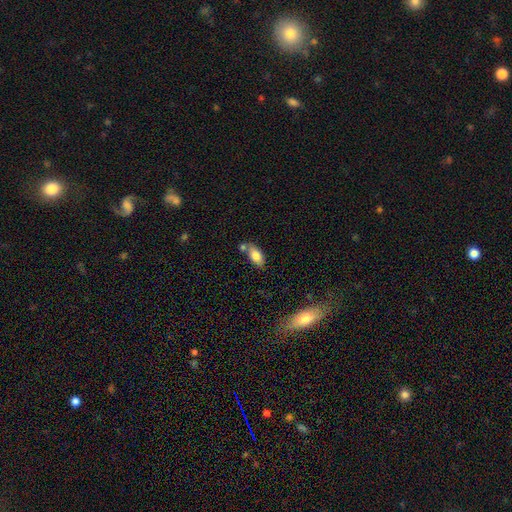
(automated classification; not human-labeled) This appears to be a smooth galaxy with no disk features (81%) that is in between round and cigar-shaped (89%). Merging: none (59%).